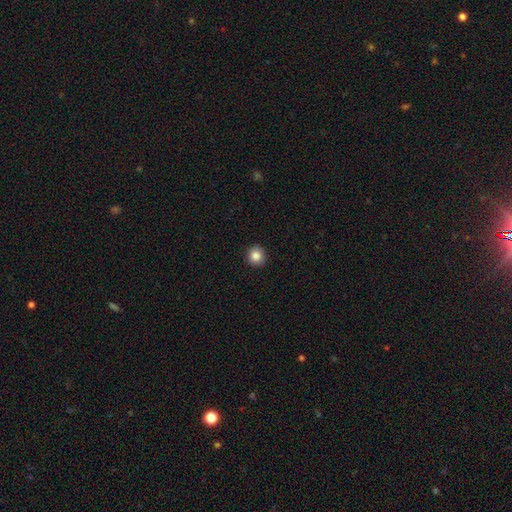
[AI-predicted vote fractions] Smooth or featured? smooth (86%)
How rounded? round (92%)
Merging? none (92%)